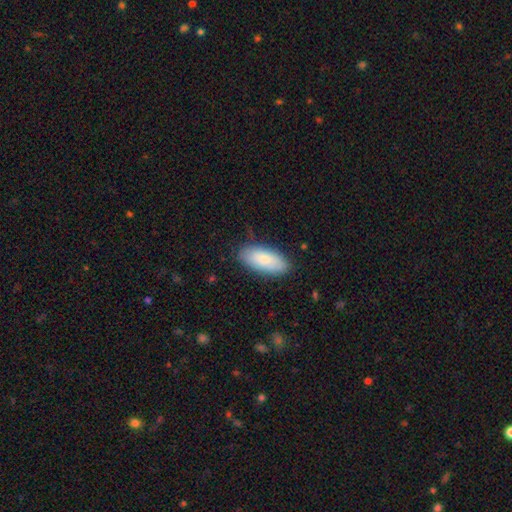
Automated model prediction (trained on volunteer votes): smooth-or-featured: smooth: 82% | featured or disk: 12% | star or artifact: 6%
  how-rounded: in between: 88% | cigar-shaped: 11% | round: 2%
  merging: none: 85% | minor disturbance: 12% | major disturbance: 2% | merger: 1%